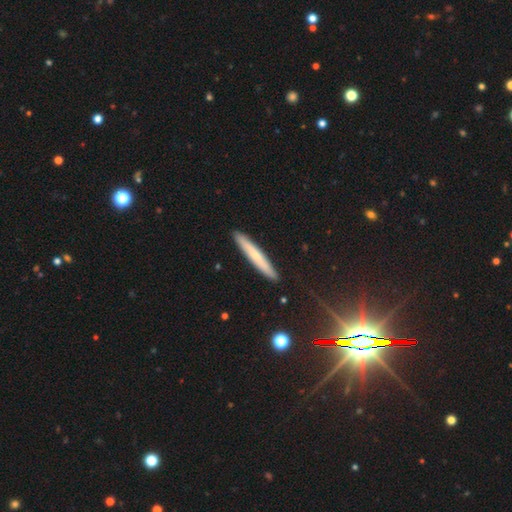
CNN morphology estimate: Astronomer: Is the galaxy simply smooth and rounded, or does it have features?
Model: smooth — 64%.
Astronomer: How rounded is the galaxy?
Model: cigar-shaped — 96%.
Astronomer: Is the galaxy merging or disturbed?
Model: none — 91%.